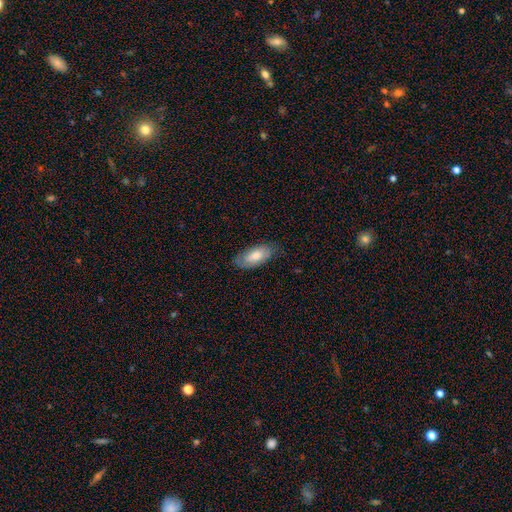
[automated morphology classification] Smooth or featured?
  - smooth: 69% *
  - featured or disk: 25%
  - star or artifact: 6%
How rounded?
  - in between: 89% *
  - cigar-shaped: 8%
  - round: 2%
Merging?
  - none: 77% *
  - minor disturbance: 18%
  - major disturbance: 4%
  - merger: 1%